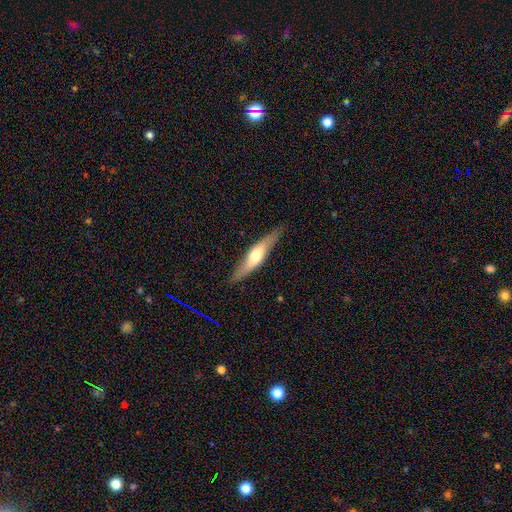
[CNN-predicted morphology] Overall: featured or disk (53%; smooth 42%). Edge-on disk: yes (83%). Merging: none (85%).